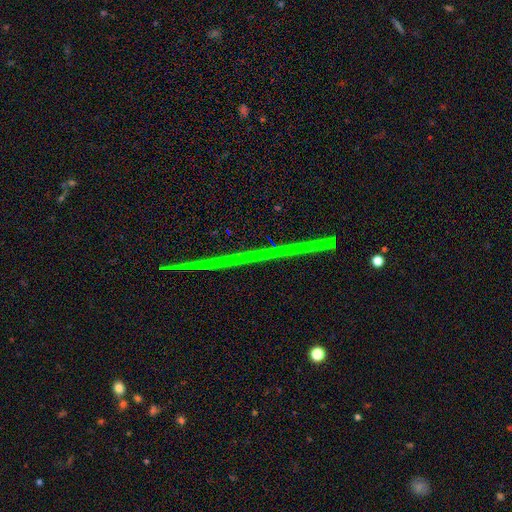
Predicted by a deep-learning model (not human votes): Overall: star or artifact (79%).